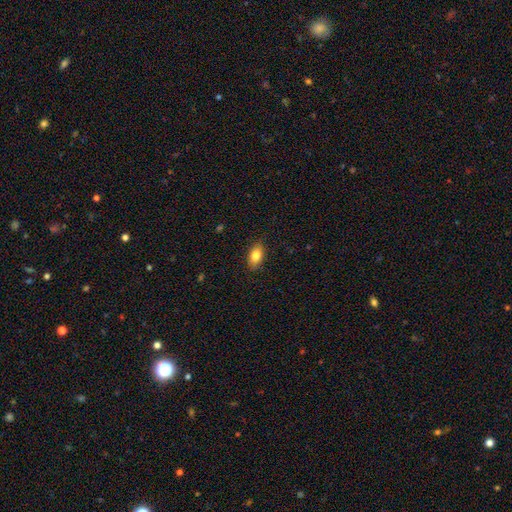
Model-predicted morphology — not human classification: smooth 82%, featured or disk 11%, star or artifact 7%. Down the decision tree: how rounded — in between (89%); merging — none (87%).